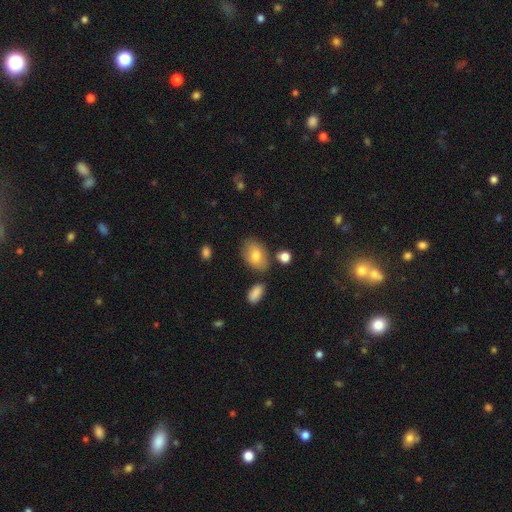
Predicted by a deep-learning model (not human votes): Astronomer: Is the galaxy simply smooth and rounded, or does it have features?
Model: smooth — 77%.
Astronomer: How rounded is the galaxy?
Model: in between — 89%.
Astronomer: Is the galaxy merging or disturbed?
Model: none — 73%.